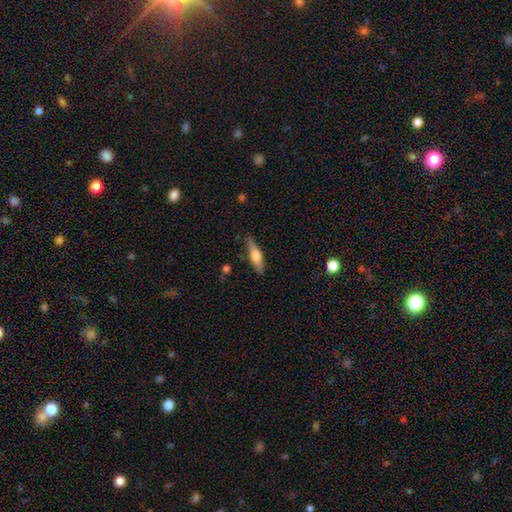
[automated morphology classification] Smooth or featured?
  - smooth: 52% *
  - featured or disk: 41%
  - star or artifact: 6%
How rounded?
  - cigar-shaped: 65% *
  - in between: 33%
  - round: 3%
Merging?
  - none: 82% *
  - minor disturbance: 13%
  - major disturbance: 3%
  - merger: 2%